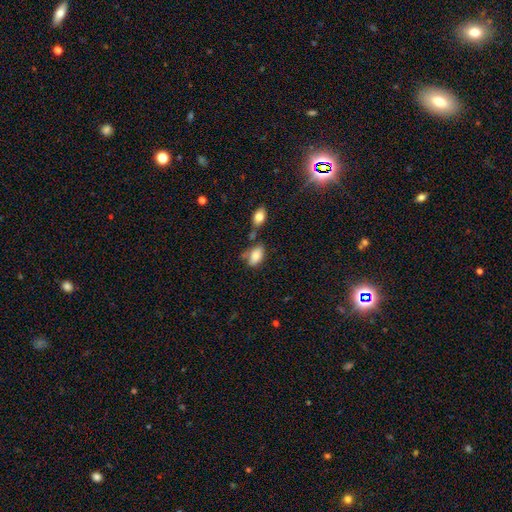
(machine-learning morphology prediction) Smooth or featured? Predicted: smooth (p=0.81). How rounded? Predicted: in between (p=0.92). Merging? Predicted: none (p=0.48).